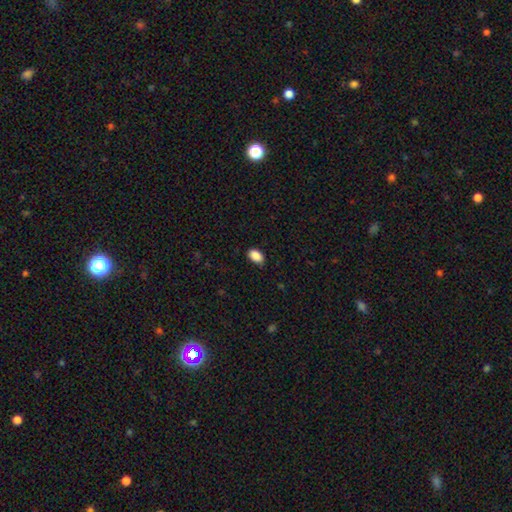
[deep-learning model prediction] smooth-or-featured: smooth: 89% | star or artifact: 8% | featured or disk: 3%
  how-rounded: in between: 89% | round: 9% | cigar-shaped: 1%
  merging: none: 81% | minor disturbance: 16% | major disturbance: 2% | merger: 1%